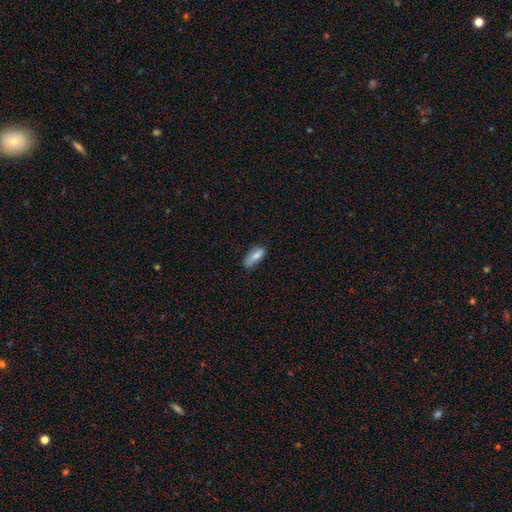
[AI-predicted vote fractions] Smooth or featured: smooth — 78% (featured or disk — 15%)
How rounded: in between — 62% (cigar-shaped — 36%)
Merging: none — 67% (minor disturbance — 25%)